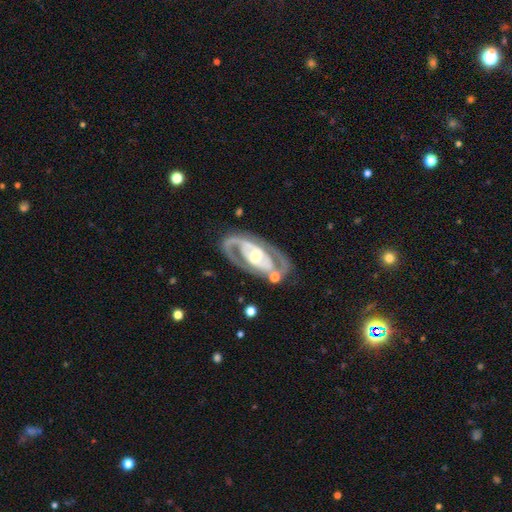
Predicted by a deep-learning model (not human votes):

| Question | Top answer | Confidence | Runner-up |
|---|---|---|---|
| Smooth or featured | featured or disk | 88% | smooth (8%) |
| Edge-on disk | no | 94% | yes (6%) |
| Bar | strong | 34% | no (33%) |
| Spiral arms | yes | 87% | no (13%) |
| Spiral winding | medium | 45% | tight (42%) |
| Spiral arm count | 2 | 84% | can't tell (7%) |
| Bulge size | moderate | 53% | small (31%) |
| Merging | none | 75% | minor disturbance (14%) |